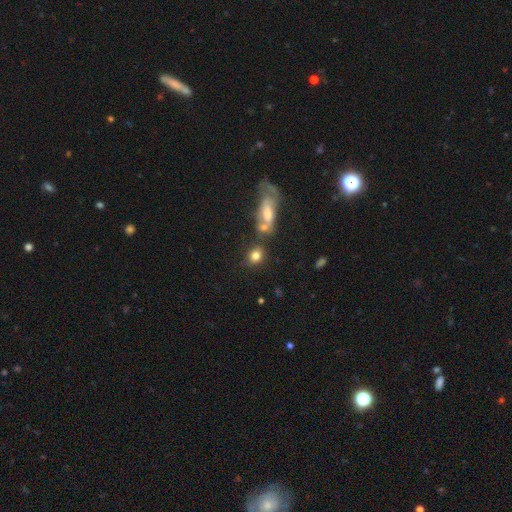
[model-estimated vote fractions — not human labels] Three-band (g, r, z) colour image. It shows a smooth galaxy with no disk features (78%) that is round (53%). Merging: none (60%).